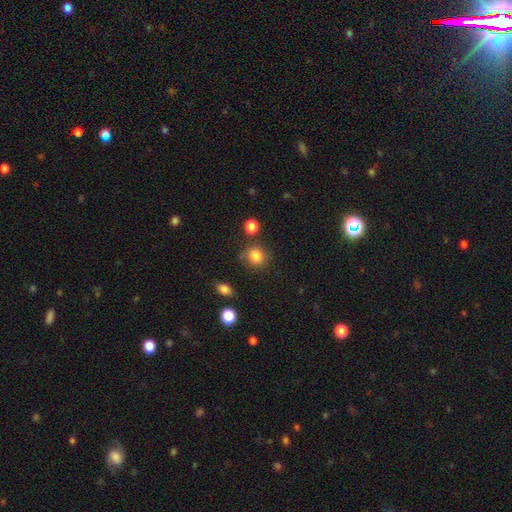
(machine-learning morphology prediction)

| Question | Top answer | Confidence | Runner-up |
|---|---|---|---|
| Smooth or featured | smooth | 84% | star or artifact (11%) |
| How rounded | round | 82% | in between (17%) |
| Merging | none | 77% | minor disturbance (13%) |